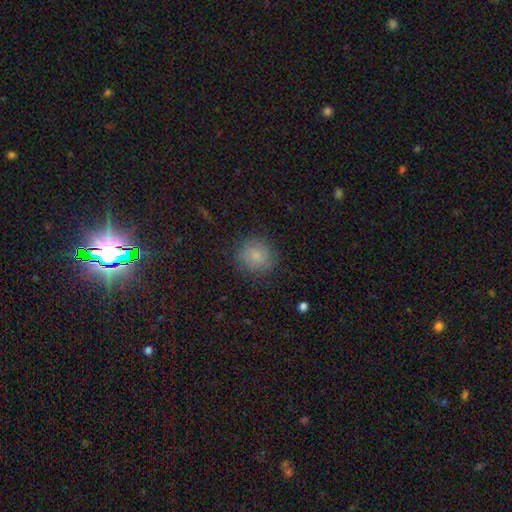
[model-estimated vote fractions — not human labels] A smooth galaxy with no disk features (73%) that is round (84%).

Vote fractions:
- Smooth or featured? smooth: 73% / featured or disk: 16% / star or artifact: 11%
- How rounded? round: 84% / in between: 15% / cigar-shaped: 1%
- Merging? none: 81% / minor disturbance: 13% / major disturbance: 4% / merger: 1%